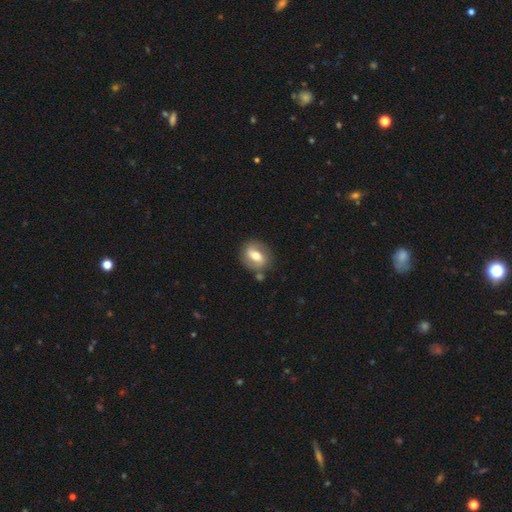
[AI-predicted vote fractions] Smooth or featured?
  - featured or disk: 49% *
  - smooth: 44%
  - star or artifact: 7%
Merging?
  - none: 76% *
  - minor disturbance: 13%
  - merger: 6%
  - major disturbance: 4%